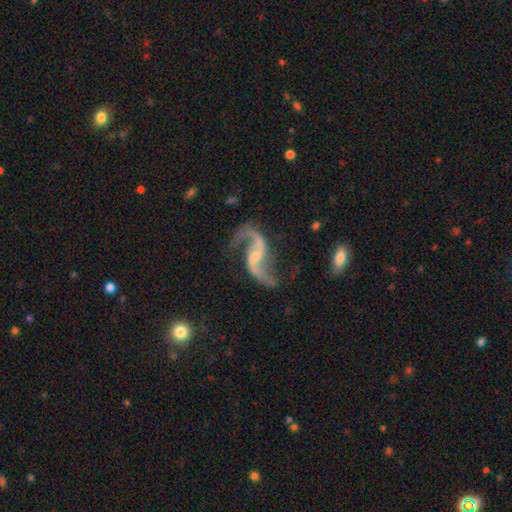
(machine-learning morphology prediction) Q: Smooth or featured?
A: featured or disk (92%); runner-up: star or artifact (5%)
Q: Edge-on disk?
A: no (97%); runner-up: yes (3%)
Q: Bar?
A: weak (42%); runner-up: no (38%)
Q: Spiral arms?
A: yes (98%); runner-up: no (2%)
Q: Spiral winding?
A: loose (78%); runner-up: medium (18%)
Q: Spiral arm count?
A: 2 (94%); runner-up: 1 (2%)
Q: Bulge size?
A: small (62%); runner-up: moderate (23%)
Q: Merging?
A: none (71%); runner-up: minor disturbance (16%)